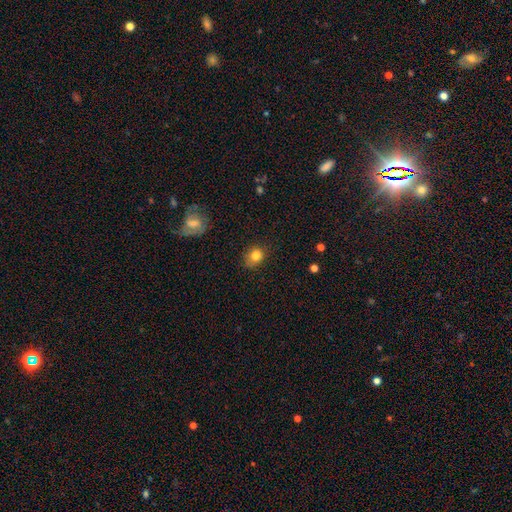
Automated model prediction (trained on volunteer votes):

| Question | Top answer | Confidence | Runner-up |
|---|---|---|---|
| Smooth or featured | smooth | 82% | star or artifact (11%) |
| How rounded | round | 65% | in between (34%) |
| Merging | none | 73% | minor disturbance (20%) |